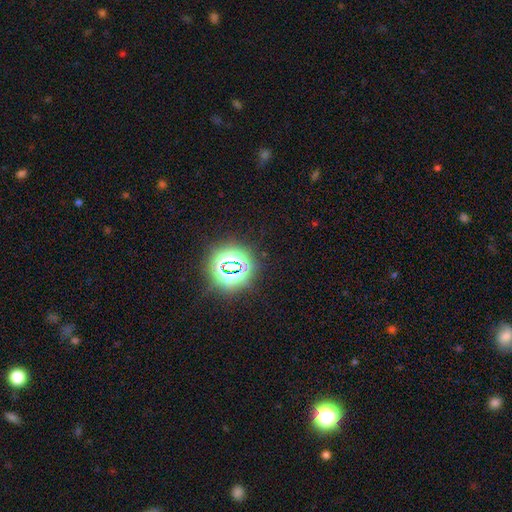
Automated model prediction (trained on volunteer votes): smooth-or-featured: star or artifact: 77% | smooth: 17% | featured or disk: 6%